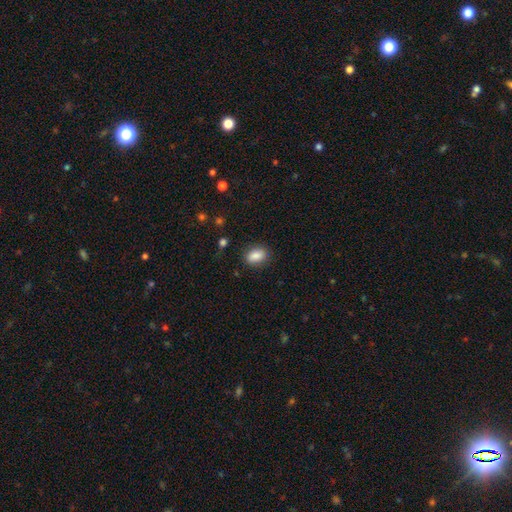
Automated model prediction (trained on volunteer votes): Morphology: type=smooth (86%); roundness=in between (83%); merging=none (85%).